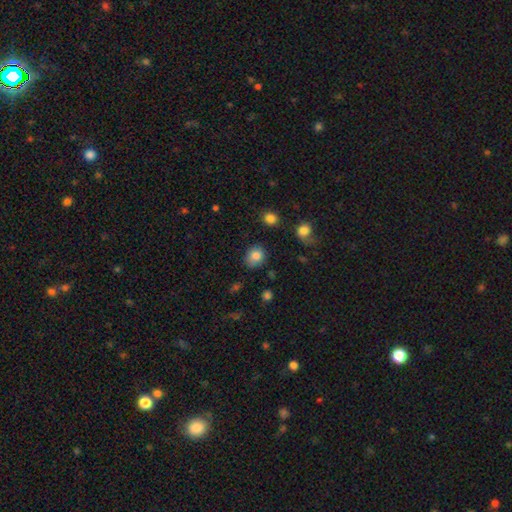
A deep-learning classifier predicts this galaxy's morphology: smooth 84%, star or artifact 10%, featured or disk 7%. Down the decision tree: how rounded — round (65%); merging — none (79%).